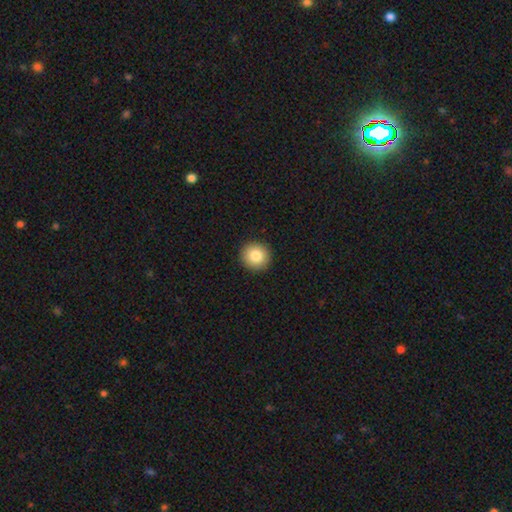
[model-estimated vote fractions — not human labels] smooth-or-featured: smooth: 83% | star or artifact: 9% | featured or disk: 8%
  how-rounded: round: 92% | in between: 7% | cigar-shaped: 1%
  merging: none: 93% | minor disturbance: 5% | major disturbance: 2% | merger: 1%